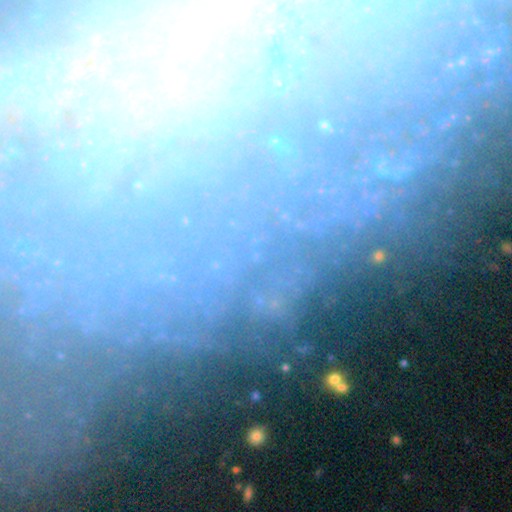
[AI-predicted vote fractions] smooth_or_featured: star or artifact (p=0.43) [alt: featured or disk p=0.39]